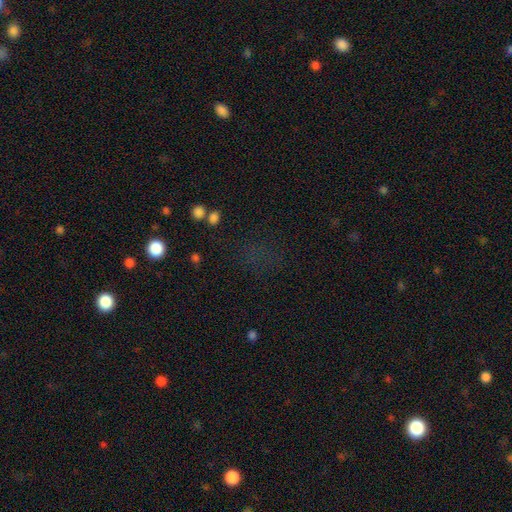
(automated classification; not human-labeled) A star or artifact, not a galaxy (56%).